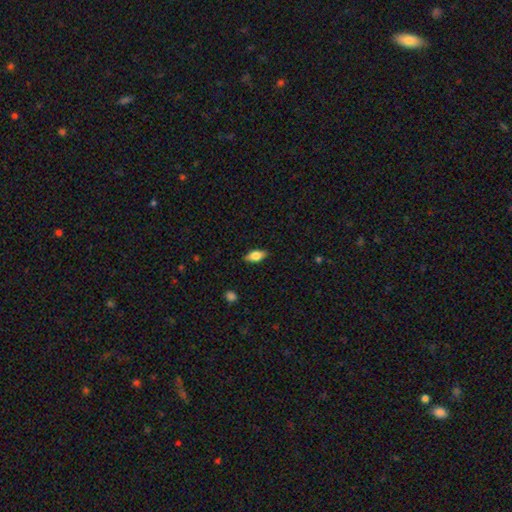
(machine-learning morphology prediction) Overall: smooth (72%). How rounded: in between (84%). Merging: none (86%).